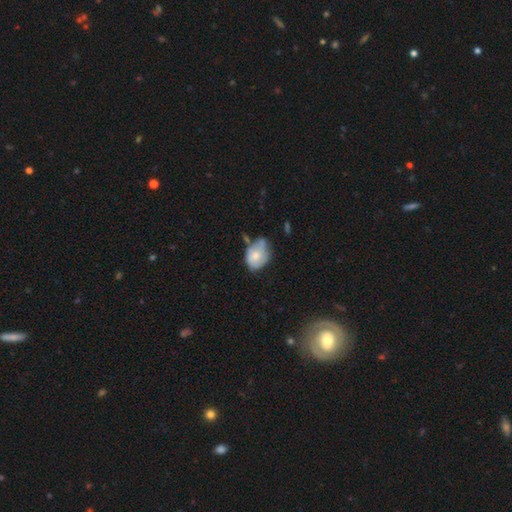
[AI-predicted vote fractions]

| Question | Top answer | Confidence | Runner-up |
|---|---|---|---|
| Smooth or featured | smooth | 63% | featured or disk (30%) |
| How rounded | in between | 64% | round (35%) |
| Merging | minor disturbance | 39% | none (34%) |